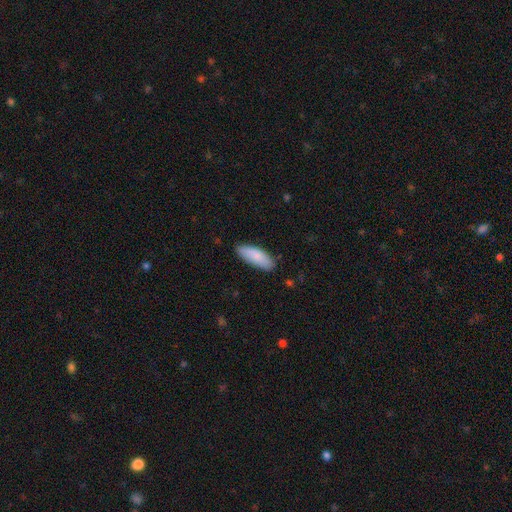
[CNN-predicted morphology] type=smooth (86%); roundness=in between (72%); merging=none (83%).